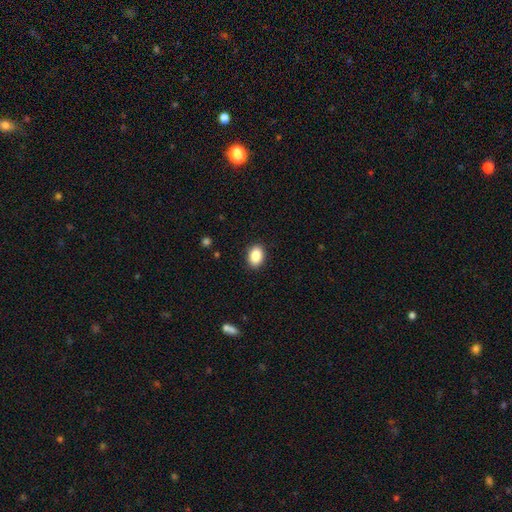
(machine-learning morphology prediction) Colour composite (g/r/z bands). It shows a smooth galaxy with no disk features (88%) that is in between round and cigar-shaped (79%). Merging: none (89%).